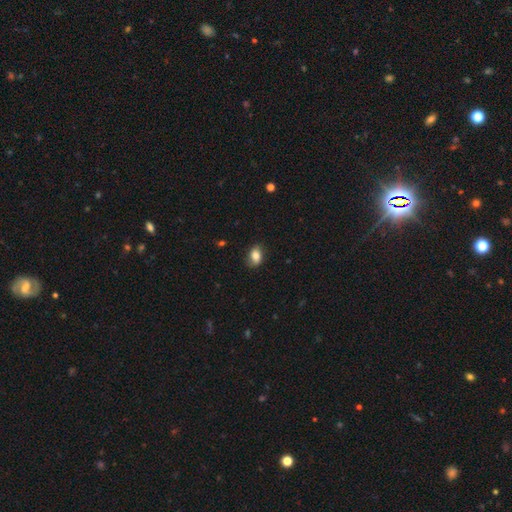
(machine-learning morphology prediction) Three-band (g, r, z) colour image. It shows a smooth galaxy with no disk features (81%) that is in between round and cigar-shaped (80%). Merging: none (79%).